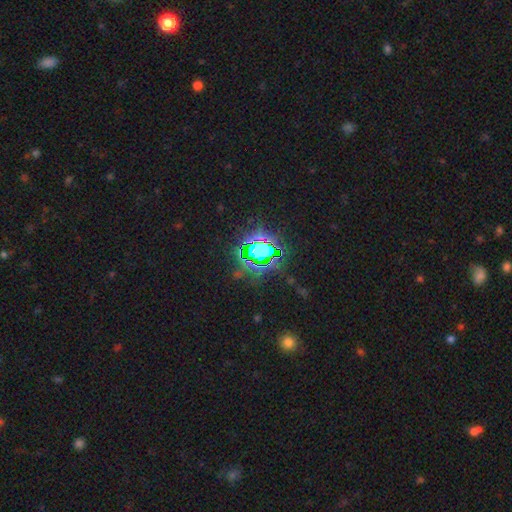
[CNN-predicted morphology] Q: Smooth or featured?
A: star or artifact (81%); runner-up: smooth (11%)